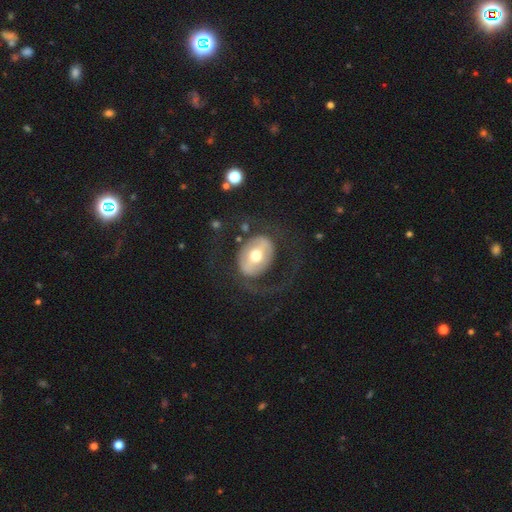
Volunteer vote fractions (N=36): A featured or disk galaxy (56%) with a strong bar (53%), no spiral arms (68%) and a moderate central bulge (68%).

Vote fractions:
- Smooth or featured? featured or disk: 56% / smooth: 42% / star or artifact: 3%
- Edge-on disk? no: 95% / yes: 5%
- Bar? strong: 53% / weak: 26% / no: 21%
- Spiral arms? no: 68% / yes: 32%
- Bulge size? moderate: 68% / large: 26% / small: 5% / dominant: 0% / none: 0%
- Merging? none: 49% / major disturbance: 34% / minor disturbance: 17% / merger: 0%